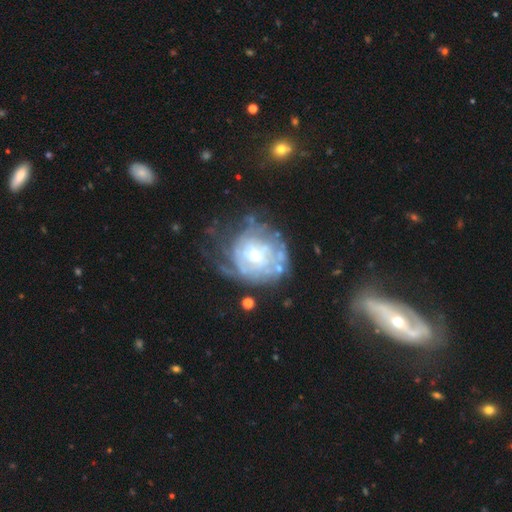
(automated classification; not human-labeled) Overall: featured or disk (75%). Edge-on disk: no (97%). Bar: no (75%). Spiral arms: yes (70%). Spiral arm count: can't tell (62%). Spiral winding: tight (69%). Bulge size: small (59%; moderate 35%). Merging: none (47%; major disturbance 25%).